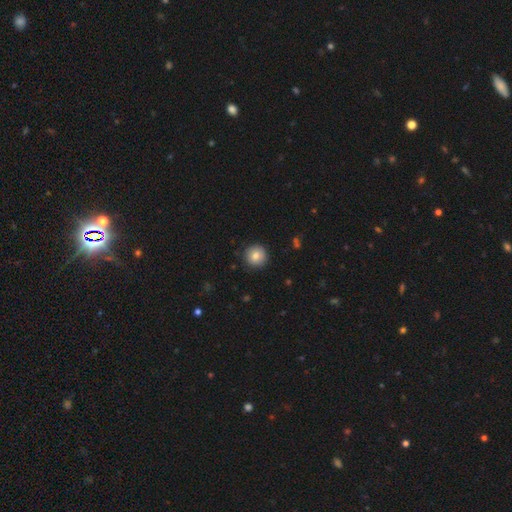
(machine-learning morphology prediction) smooth 79%, featured or disk 12%, star or artifact 9%. Down the decision tree: how rounded — round (95%); merging — none (90%).